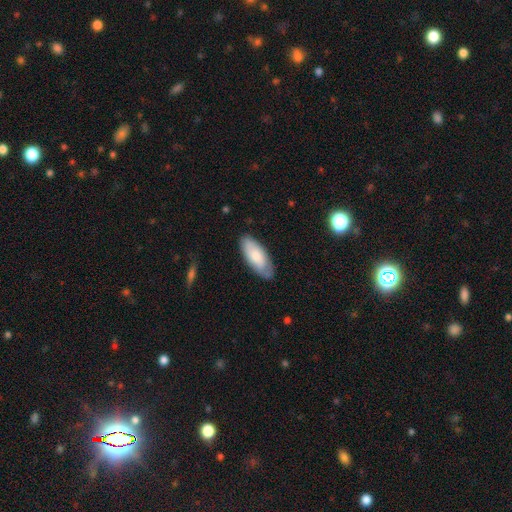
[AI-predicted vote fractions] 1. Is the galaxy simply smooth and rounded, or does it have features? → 75% smooth, 19% featured or disk, 5% star or artifact.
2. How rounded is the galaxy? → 83% in between, 16% cigar-shaped, 2% round.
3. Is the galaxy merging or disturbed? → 80% none, 16% minor disturbance, 3% major disturbance, 1% merger.